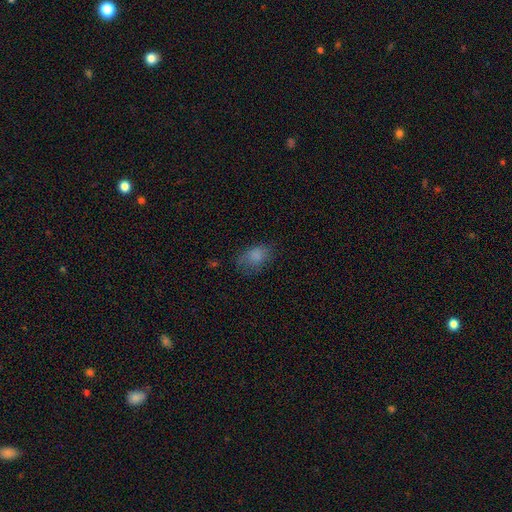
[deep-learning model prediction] Smooth or featured: smooth — 79% (star or artifact — 12%)
How rounded: in between — 80% (round — 18%)
Merging: none — 59% (minor disturbance — 26%)